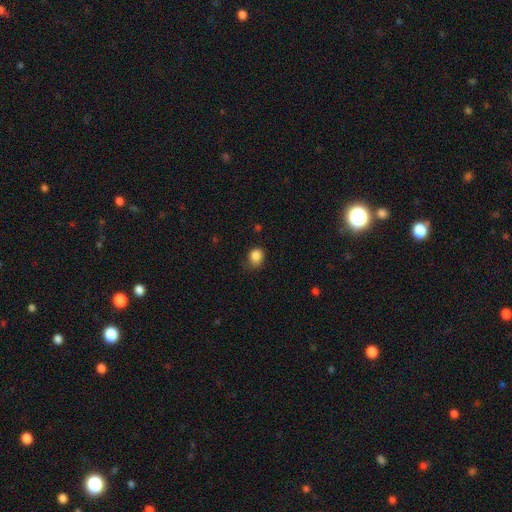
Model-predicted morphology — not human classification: Q: Smooth or featured?
A: smooth (86%); runner-up: star or artifact (10%)
Q: How rounded?
A: round (63%); runner-up: in between (36%)
Q: Merging?
A: none (69%); runner-up: minor disturbance (24%)